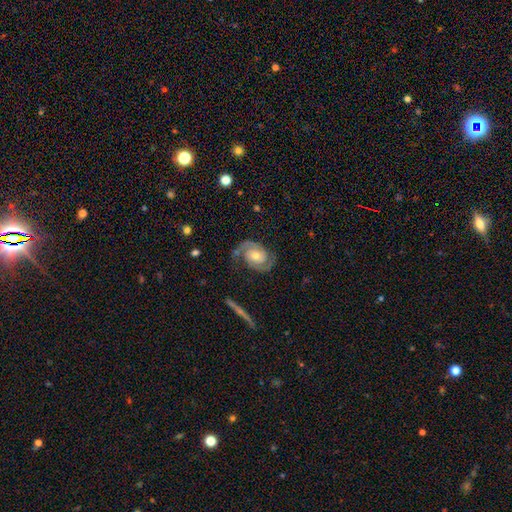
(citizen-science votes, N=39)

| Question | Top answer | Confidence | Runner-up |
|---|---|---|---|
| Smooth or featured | featured or disk | 92% | star or artifact (5%) |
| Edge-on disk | no | 92% | yes (8%) |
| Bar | no | 67% | weak (21%) |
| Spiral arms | yes | 100% | — |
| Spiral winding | tight | 55% | medium (30%) |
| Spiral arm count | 2 | 94% | 3 (3%) |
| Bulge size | moderate | 61% | small (33%) |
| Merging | none | 89% | minor disturbance (8%) |